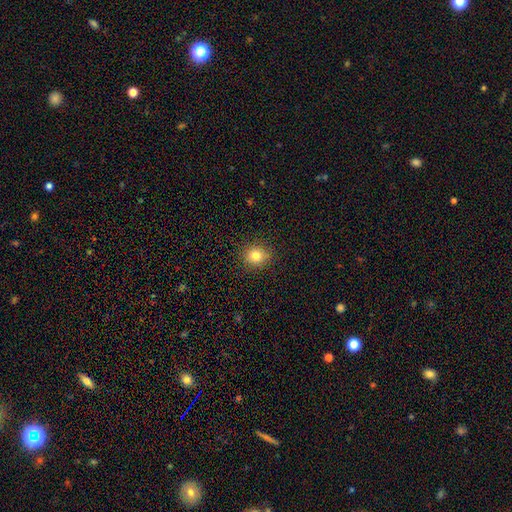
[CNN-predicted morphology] smooth_or_featured: smooth (p=0.80) [alt: star or artifact p=0.13]
how_rounded: round (p=0.86) [alt: in between p=0.13]
merging: none (p=0.89) [alt: minor disturbance p=0.07]